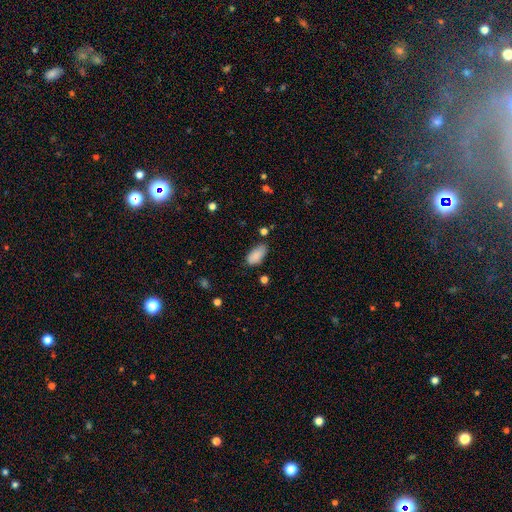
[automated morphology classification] A smooth galaxy with no disk features (87%) that is in between round and cigar-shaped (93%).

Vote fractions:
- Smooth or featured? smooth: 87% / star or artifact: 7% / featured or disk: 5%
- How rounded? in between: 93% / cigar-shaped: 4% / round: 3%
- Merging? none: 71% / minor disturbance: 22% / major disturbance: 4% / merger: 3%